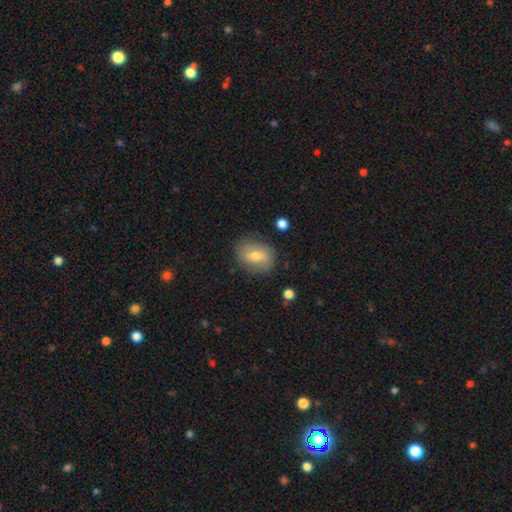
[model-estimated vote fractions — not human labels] smooth-or-featured: smooth: 58% | featured or disk: 33% | star or artifact: 8%
  how-rounded: in between: 60% | round: 38% | cigar-shaped: 2%
  merging: none: 78% | minor disturbance: 15% | major disturbance: 4% | merger: 2%